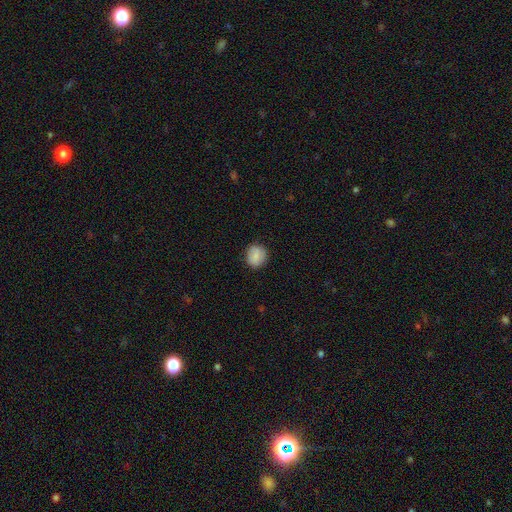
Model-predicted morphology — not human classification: This is likely a smooth galaxy (79%). How rounded: likely round (79%). Merging: clearly none (85%).